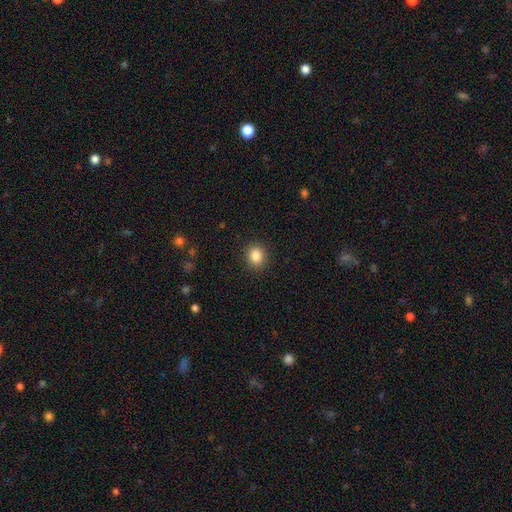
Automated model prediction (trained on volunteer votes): smooth-or-featured: smooth: 86% | star or artifact: 10% | featured or disk: 5%
  how-rounded: round: 71% | in between: 28% | cigar-shaped: 1%
  merging: none: 90% | minor disturbance: 7% | major disturbance: 2% | merger: 1%